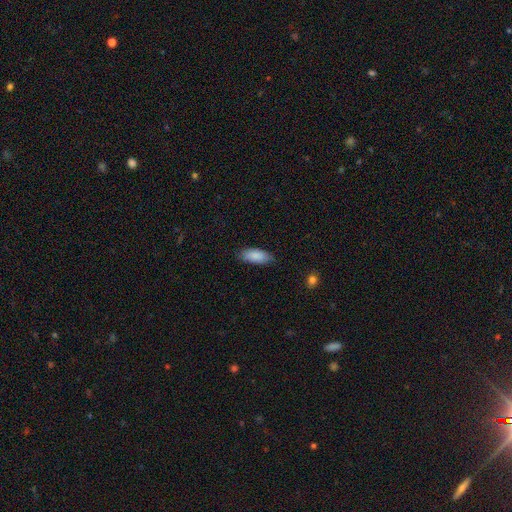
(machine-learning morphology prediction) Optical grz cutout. It shows a smooth galaxy with no disk features (88%) that is in between round and cigar-shaped (82%). Merging: none (81%).